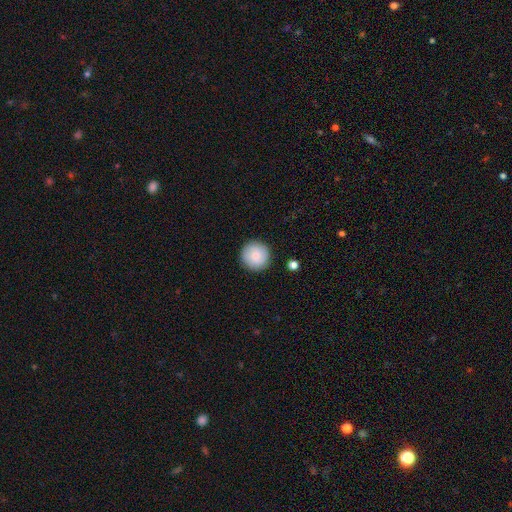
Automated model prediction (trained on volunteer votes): This appears to be a smooth galaxy with no disk features (69%) that is round (96%). Merging: none (89%).